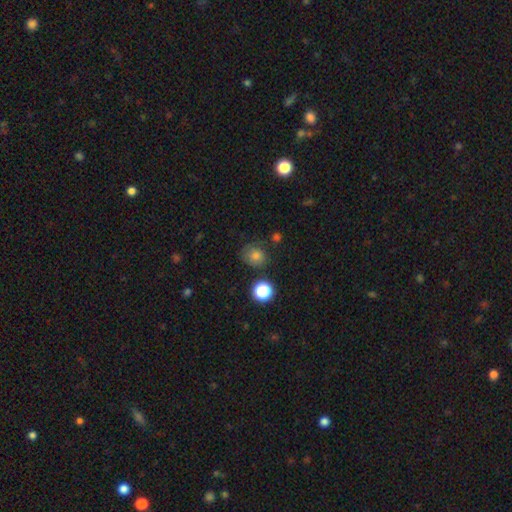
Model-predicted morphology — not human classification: smooth_or_featured: smooth (p=0.75) [alt: star or artifact p=0.16]
how_rounded: round (p=0.78) [alt: in between p=0.21]
merging: none (p=0.69) [alt: minor disturbance p=0.20]